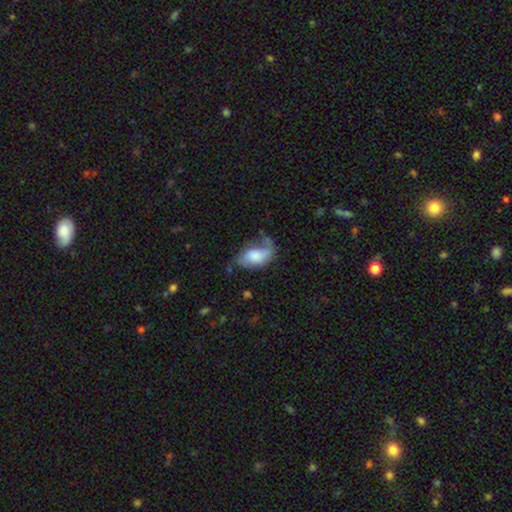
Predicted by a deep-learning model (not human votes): A smooth galaxy with no disk features (46%, tied with featured or disk). Merging: none (36%).